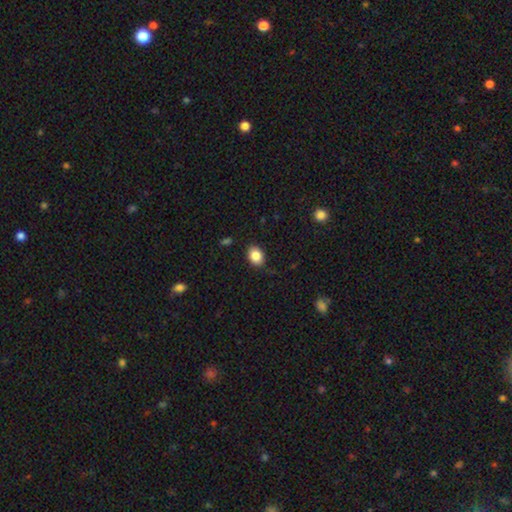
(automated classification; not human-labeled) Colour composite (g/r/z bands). It shows a smooth galaxy with no disk features (86%) that is in between round and cigar-shaped (64%). Merging: none (86%).